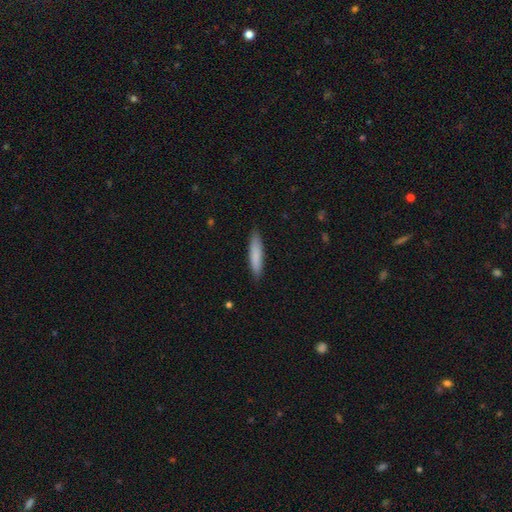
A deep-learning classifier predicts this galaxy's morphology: Overall: smooth (82%). How rounded: cigar-shaped (85%). Merging: none (88%).